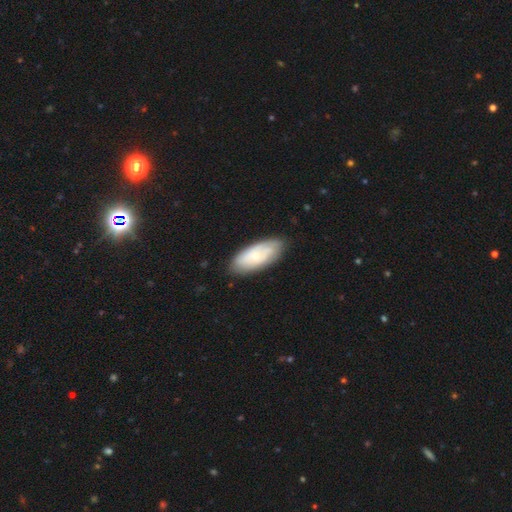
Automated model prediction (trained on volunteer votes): Q: Smooth or featured?
A: featured or disk (51%); runner-up: smooth (43%)
Q: Edge-on disk?
A: no (88%); runner-up: yes (12%)
Q: Merging?
A: none (79%); runner-up: minor disturbance (16%)